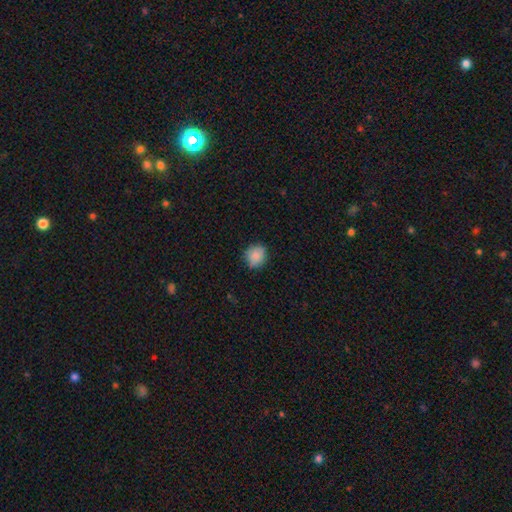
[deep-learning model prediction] Smooth or featured? smooth (85%)
How rounded? round (76%)
Merging? none (81%)